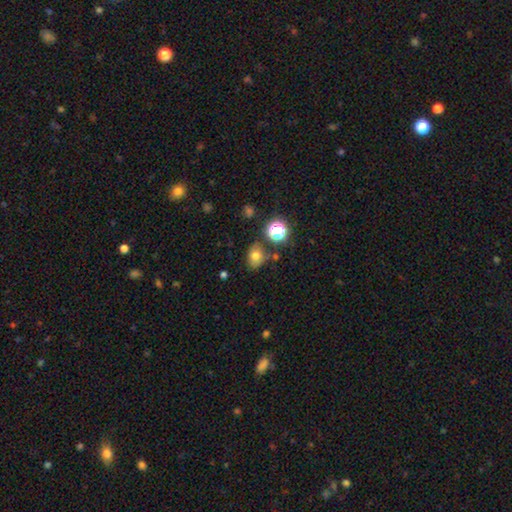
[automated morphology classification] The model was most divided on "how rounded": in between: 54%, round: 45%, cigar-shaped: 1%. More confident: smooth or featured — smooth (72%); merging — none (71%).